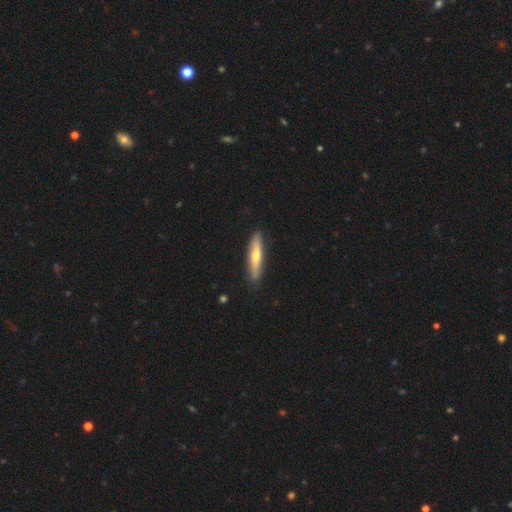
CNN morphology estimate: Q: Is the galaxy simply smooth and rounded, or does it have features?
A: smooth — 52%.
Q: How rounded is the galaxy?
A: cigar-shaped — 85%.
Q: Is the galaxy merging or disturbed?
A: none — 88%.